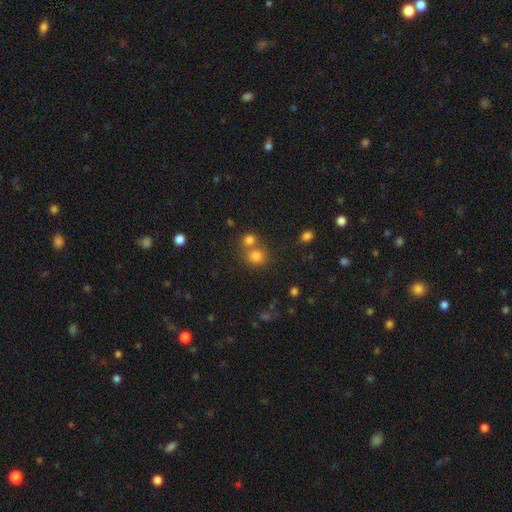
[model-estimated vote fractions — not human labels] This appears to be a smooth galaxy with no disk features (77%) that is round (85%). Merging: none (54%).